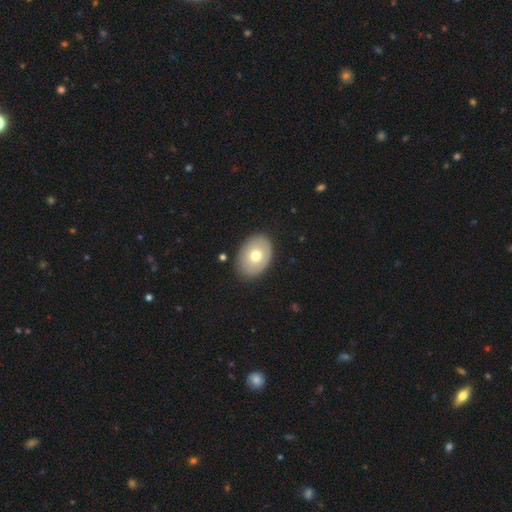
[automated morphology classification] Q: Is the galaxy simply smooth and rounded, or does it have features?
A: smooth — 67%.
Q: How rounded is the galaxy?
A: in between — 76%.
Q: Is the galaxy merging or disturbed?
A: none — 86%.